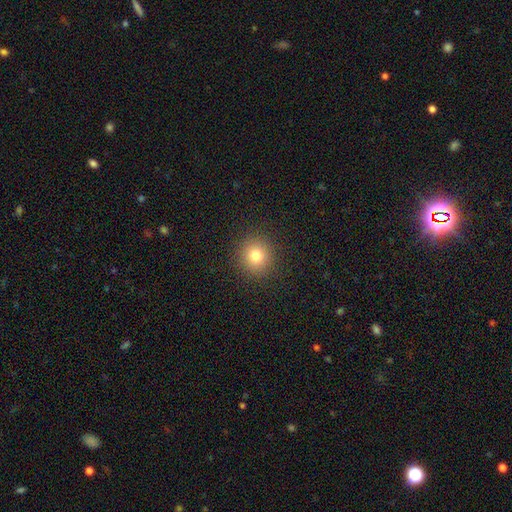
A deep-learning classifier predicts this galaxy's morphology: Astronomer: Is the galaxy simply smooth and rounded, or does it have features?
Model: smooth — 80%.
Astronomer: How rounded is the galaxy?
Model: round — 91%.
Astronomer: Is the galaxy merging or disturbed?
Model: none — 91%.